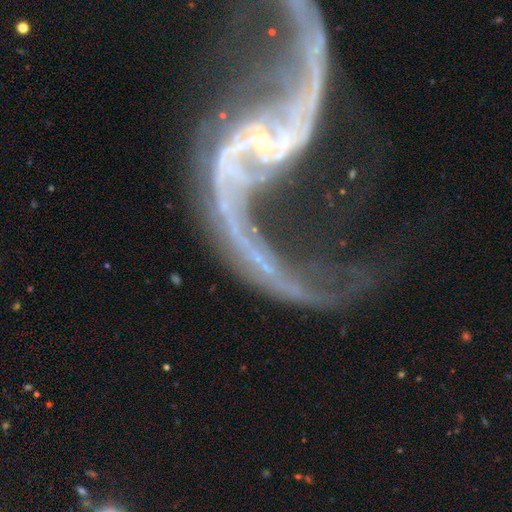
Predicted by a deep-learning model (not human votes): Overall: featured or disk (83%). Edge-on disk: no (91%). Bar: no (49%; weak 27%). Spiral arms: yes (81%). Spiral arm count: 2 (71%). Spiral winding: loose (84%). Bulge size: small (70%). Merging: major disturbance (41%; none 25%).